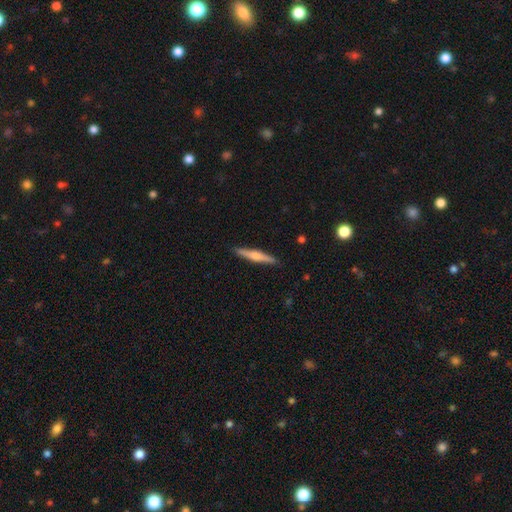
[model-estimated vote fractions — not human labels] A featured or disk galaxy (49%). Merging: none (91%).